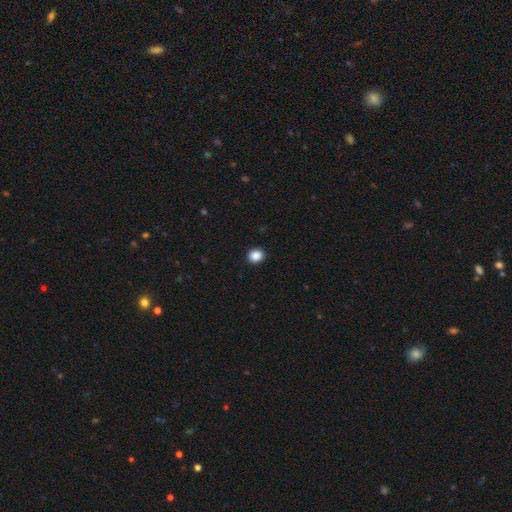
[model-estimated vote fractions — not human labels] This appears to be a smooth galaxy with no disk features (88%) that is round (73%). Merging: none (92%).